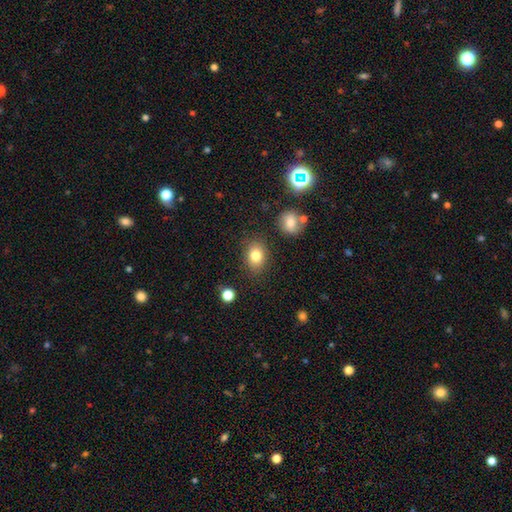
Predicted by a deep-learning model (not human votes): smooth_or_featured: smooth (p=0.81) [alt: star or artifact p=0.10]
how_rounded: in between (p=0.60) [alt: round p=0.39]
merging: none (p=0.83) [alt: minor disturbance p=0.11]